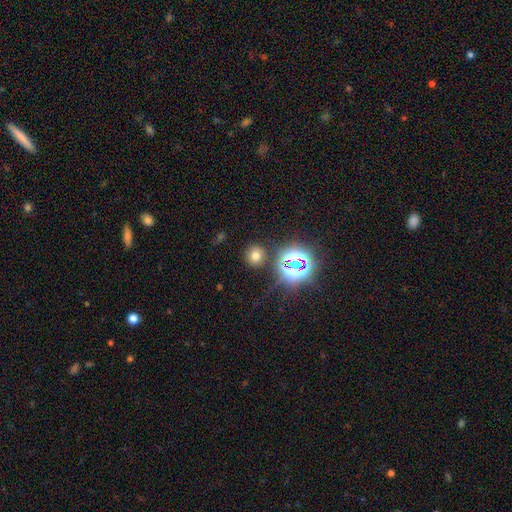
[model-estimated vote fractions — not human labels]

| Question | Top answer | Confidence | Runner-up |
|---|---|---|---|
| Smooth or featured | smooth | 64% | star or artifact (27%) |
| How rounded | round | 86% | in between (13%) |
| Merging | none | 85% | minor disturbance (8%) |